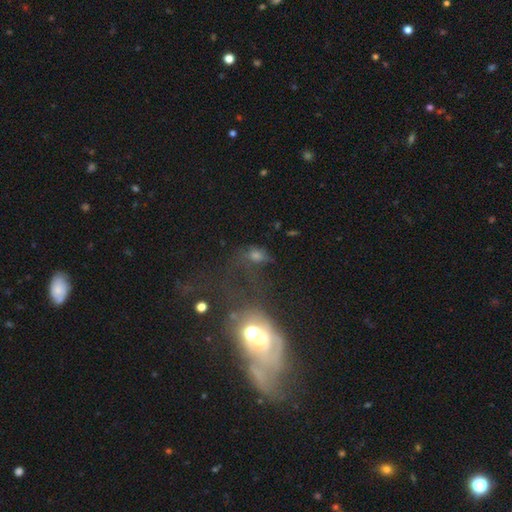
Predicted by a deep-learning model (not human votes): smooth 38%, featured or disk 35%, star or artifact 28%. Down the decision tree: merging — major disturbance (36%).